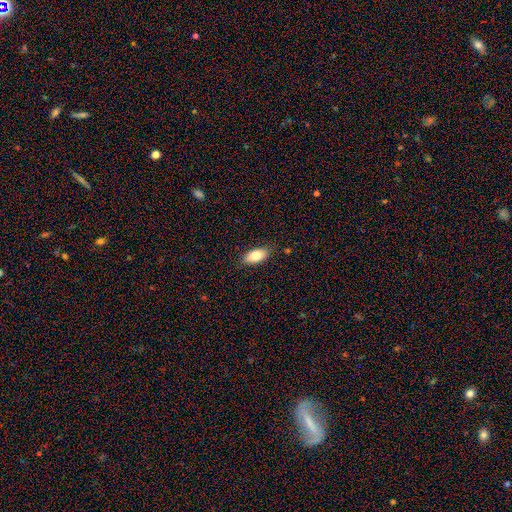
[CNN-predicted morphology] Q: Smooth or featured?
A: smooth (80%); runner-up: featured or disk (13%)
Q: How rounded?
A: in between (90%); runner-up: cigar-shaped (8%)
Q: Merging?
A: none (85%); runner-up: minor disturbance (12%)